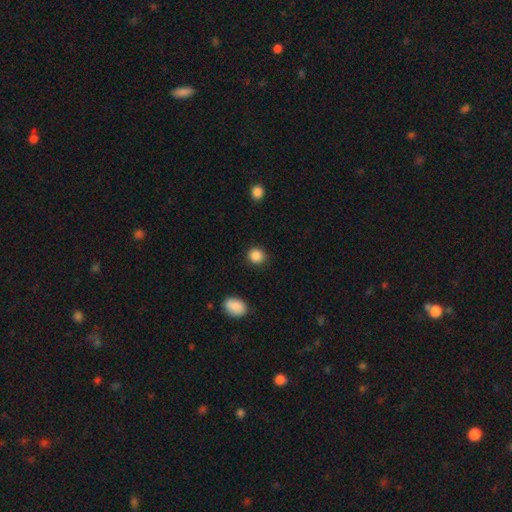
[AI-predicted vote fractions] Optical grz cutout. It shows a smooth galaxy with no disk features (87%) that is round (87%). Merging: none (89%).